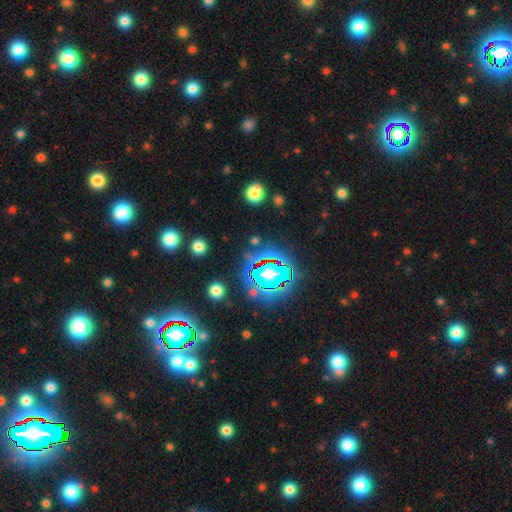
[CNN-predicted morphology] This is clearly a star or artifact rather than a galaxy (81%).